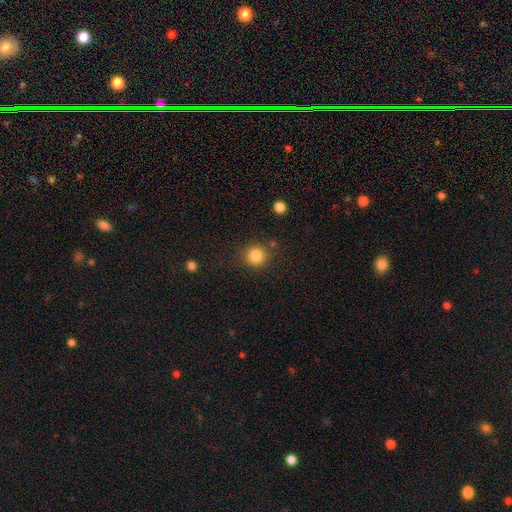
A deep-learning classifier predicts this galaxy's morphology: A smooth galaxy with no disk features (84%) that is round (91%).

Vote fractions:
- Smooth or featured? smooth: 84% / star or artifact: 11% / featured or disk: 5%
- How rounded? round: 91% / in between: 8% / cigar-shaped: 1%
- Merging? none: 85% / minor disturbance: 9% / merger: 3% / major disturbance: 3%